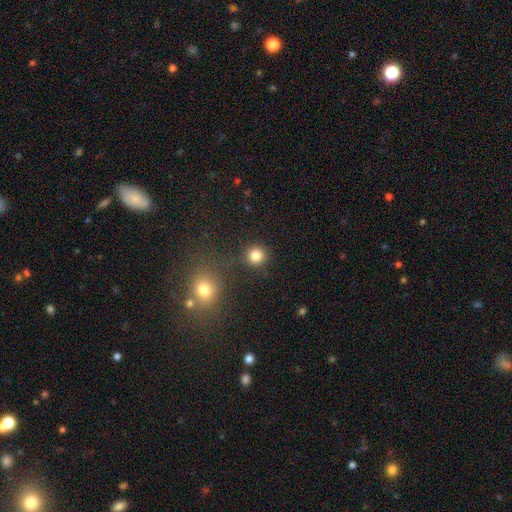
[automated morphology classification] smooth-or-featured: smooth: 83% | star or artifact: 12% | featured or disk: 5%
  how-rounded: round: 93% | in between: 6% | cigar-shaped: 1%
  merging: none: 87% | minor disturbance: 6% | merger: 4% | major disturbance: 3%